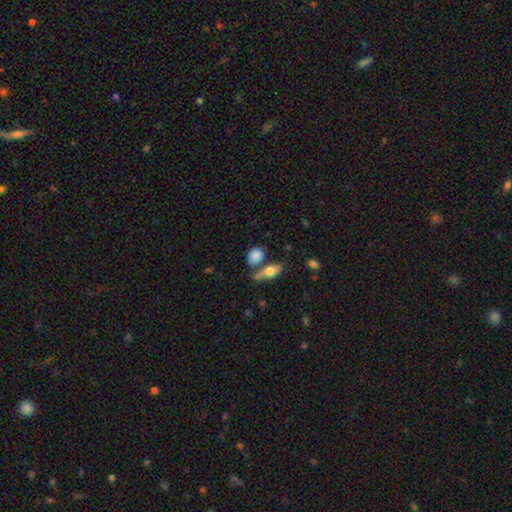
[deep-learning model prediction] Q: Smooth or featured?
A: smooth (81%); runner-up: featured or disk (11%)
Q: How rounded?
A: in between (58%); runner-up: round (38%)
Q: Merging?
A: none (57%); runner-up: merger (24%)